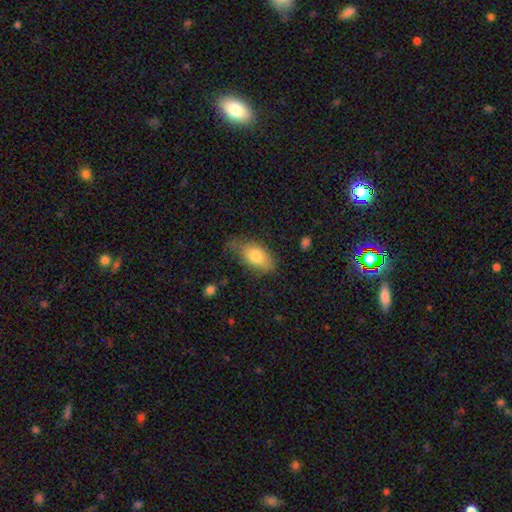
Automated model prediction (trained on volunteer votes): smooth_or_featured: smooth (p=0.74) [alt: featured or disk p=0.18]
how_rounded: in between (p=0.88) [alt: round p=0.06]
merging: none (p=0.58) [alt: minor disturbance p=0.30]